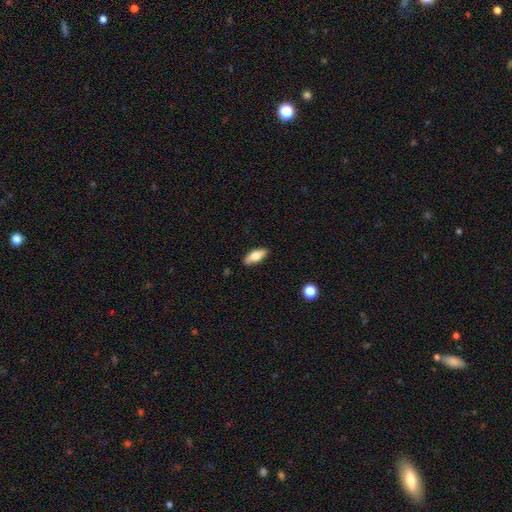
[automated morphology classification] Smooth or featured? smooth (69%)
How rounded? in between (71%)
Merging? none (84%)